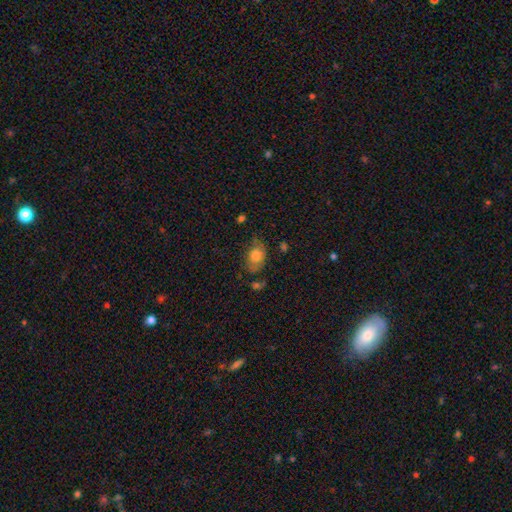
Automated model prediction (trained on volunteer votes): Morphology: type=smooth (73%); roundness=in between (79%); merging=none (56%).